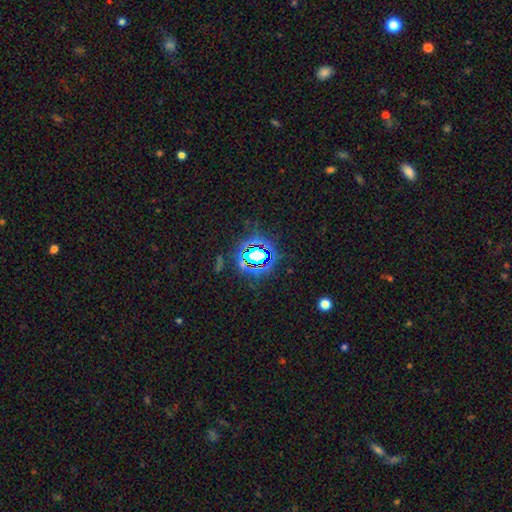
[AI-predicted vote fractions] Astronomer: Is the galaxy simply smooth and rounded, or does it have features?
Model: star or artifact — 73%.